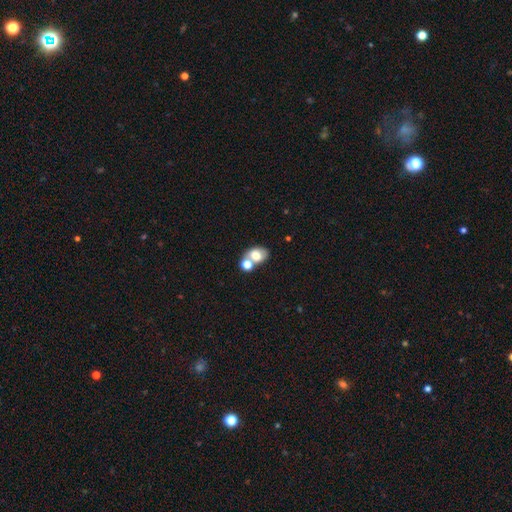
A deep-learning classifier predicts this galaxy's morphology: type=smooth (72%); roundness=in between (73%); merging=merger (46%).